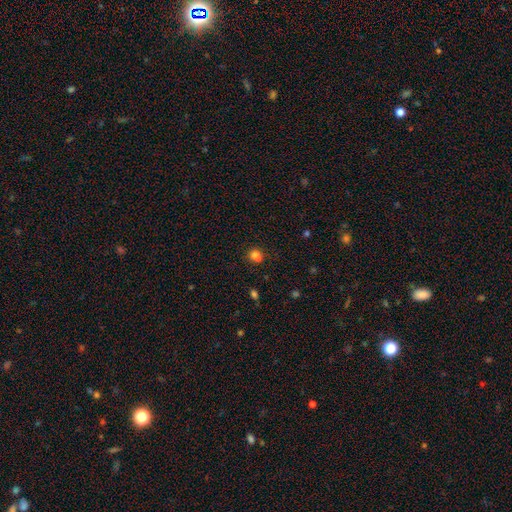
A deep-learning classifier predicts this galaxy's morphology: Smooth or featured: smooth — 74% (star or artifact — 18%)
How rounded: round — 60% (in between — 39%)
Merging: none — 53% (merger — 28%)